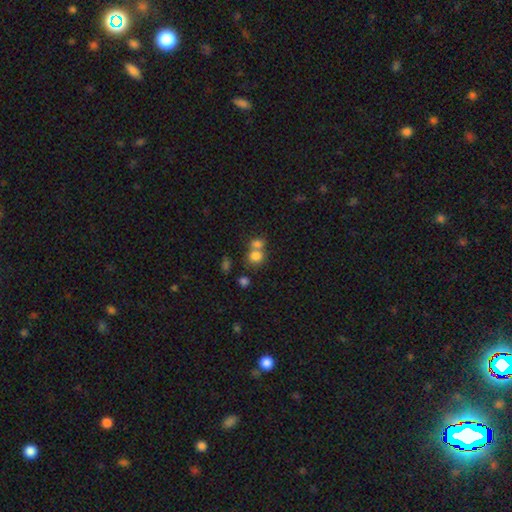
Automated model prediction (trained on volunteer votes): A smooth galaxy with no disk features (78%) that is round (72%). Merging: merger (50%).